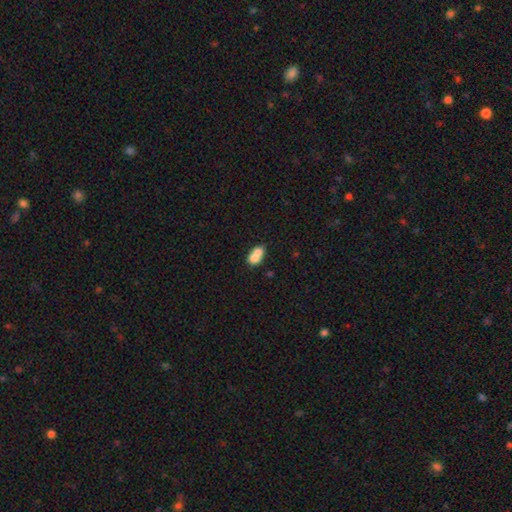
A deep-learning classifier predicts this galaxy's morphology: The model was most divided on "how rounded": in between: 58%, round: 40%, cigar-shaped: 2%. More confident: smooth or featured — smooth (69%); merging — merger (66%).